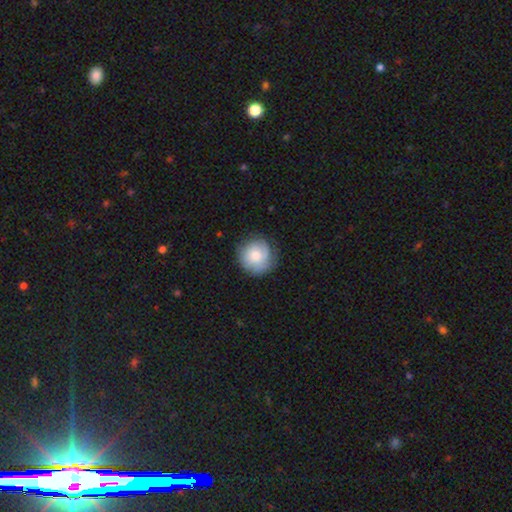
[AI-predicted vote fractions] This appears to be a smooth galaxy with no disk features (67%) that is round (92%). Merging: none (75%).